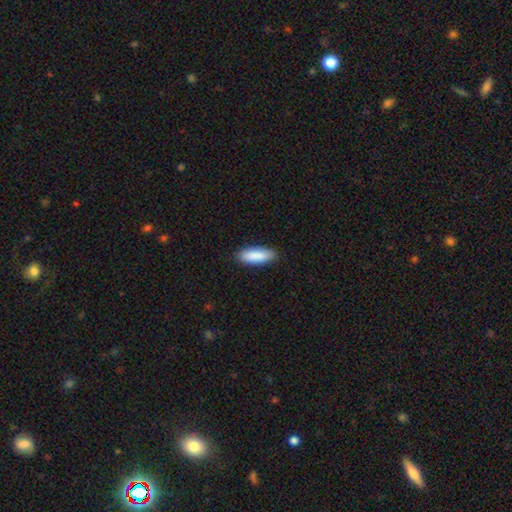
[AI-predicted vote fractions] Smooth or featured? smooth (88%)
How rounded? in between (66%)
Merging? none (87%)